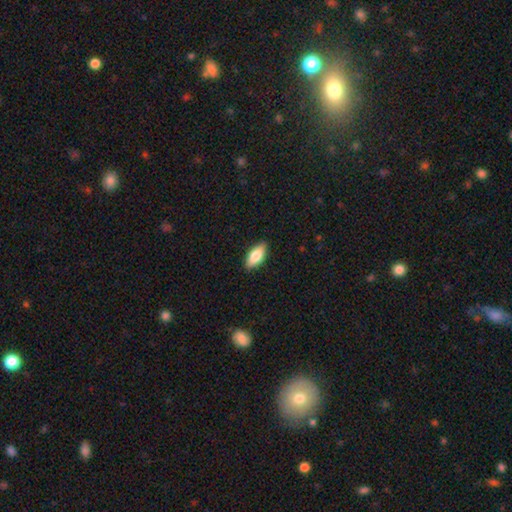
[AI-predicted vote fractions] Smooth or featured: smooth — 79% (featured or disk — 15%)
How rounded: in between — 83% (cigar-shaped — 15%)
Merging: none — 88% (minor disturbance — 9%)